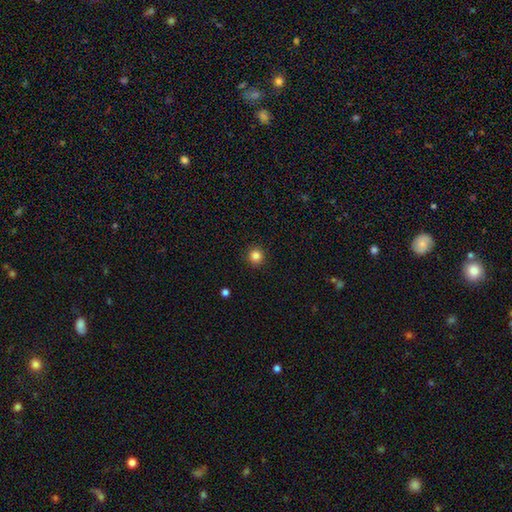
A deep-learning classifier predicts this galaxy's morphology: The model was most divided on "smooth or featured": smooth: 84%, star or artifact: 12%, featured or disk: 4%. More confident: how rounded — round (95%); merging — none (93%).